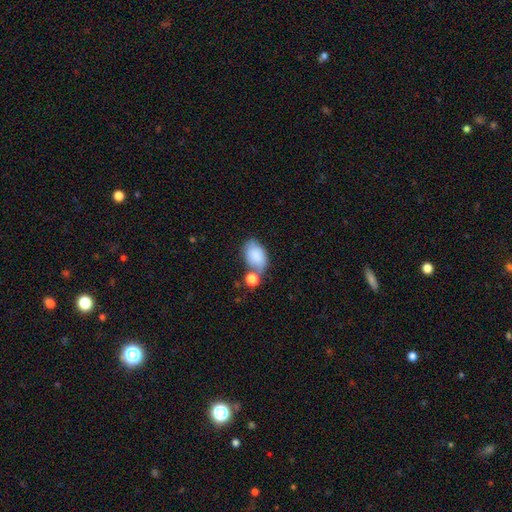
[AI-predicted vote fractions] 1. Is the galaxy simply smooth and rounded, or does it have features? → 80% smooth, 12% featured or disk, 8% star or artifact.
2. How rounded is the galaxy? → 87% in between, 12% round, 1% cigar-shaped.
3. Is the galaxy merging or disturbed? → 41% none, 28% merger, 21% minor disturbance, 10% major disturbance.